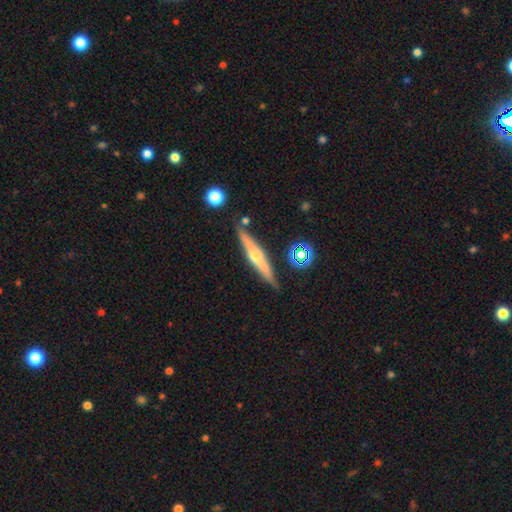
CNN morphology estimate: smooth_or_featured: featured or disk (p=0.70) [alt: smooth p=0.24]
disk_edge_on: yes (p=0.96) [alt: no p=0.04]
edge_on_bulge: rounded (p=0.90) [alt: none p=0.06]
merging: none (p=0.85) [alt: minor disturbance p=0.10]